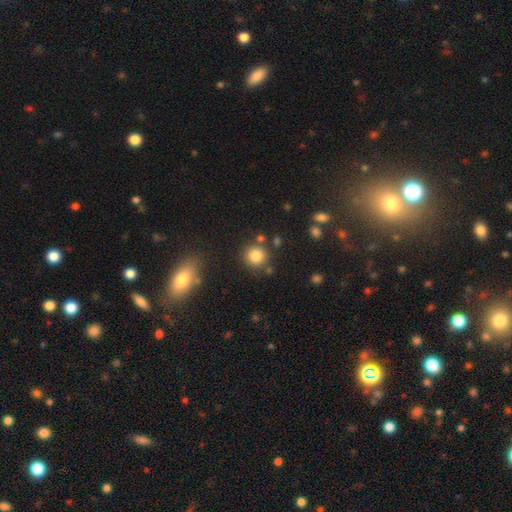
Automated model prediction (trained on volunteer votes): Smooth or featured?
  - smooth: 83% *
  - star or artifact: 11%
  - featured or disk: 6%
How rounded?
  - round: 90% *
  - in between: 9%
  - cigar-shaped: 1%
Merging?
  - none: 80% *
  - minor disturbance: 9%
  - merger: 8%
  - major disturbance: 3%